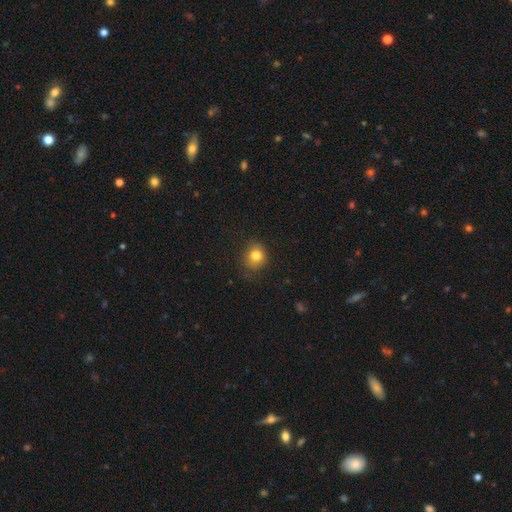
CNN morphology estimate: Smooth or featured? Predicted: smooth (p=0.81). How rounded? Predicted: round (p=0.78). Merging? Predicted: none (p=0.80).